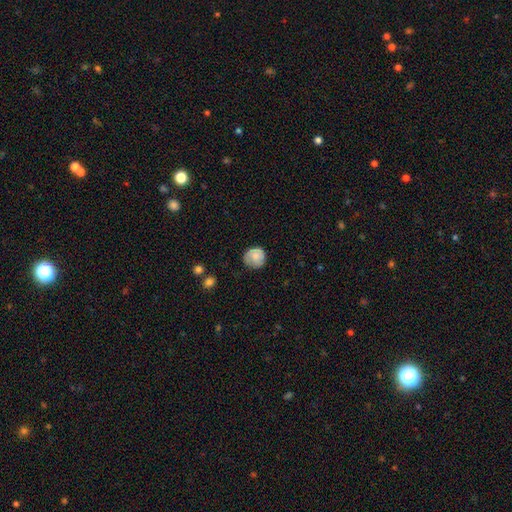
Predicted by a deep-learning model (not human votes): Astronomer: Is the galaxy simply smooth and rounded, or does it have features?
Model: smooth — 69%.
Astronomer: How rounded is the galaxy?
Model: round — 88%.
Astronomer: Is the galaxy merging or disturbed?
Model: none — 68%.